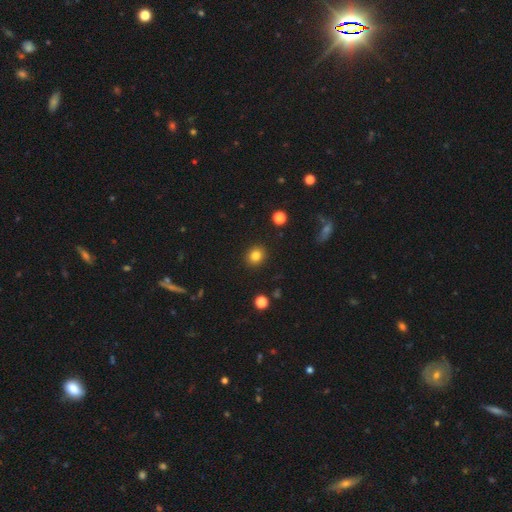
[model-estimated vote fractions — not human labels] Smooth or featured: smooth — 82% (star or artifact — 12%)
How rounded: round — 81% (in between — 18%)
Merging: none — 91% (minor disturbance — 6%)